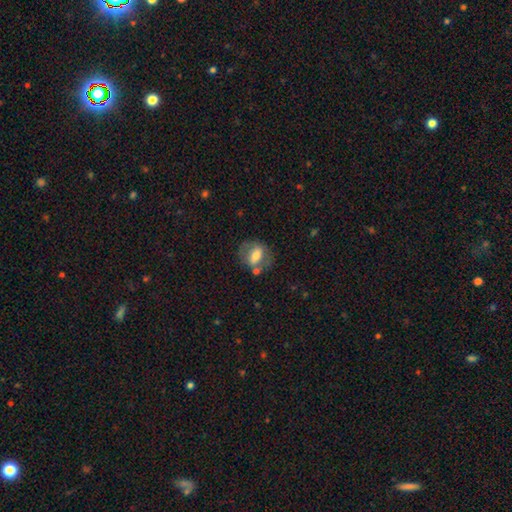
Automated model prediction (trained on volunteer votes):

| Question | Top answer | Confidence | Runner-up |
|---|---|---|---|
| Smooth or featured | smooth | 55% | featured or disk (38%) |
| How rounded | in between | 60% | round (36%) |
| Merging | none | 60% | minor disturbance (18%) |